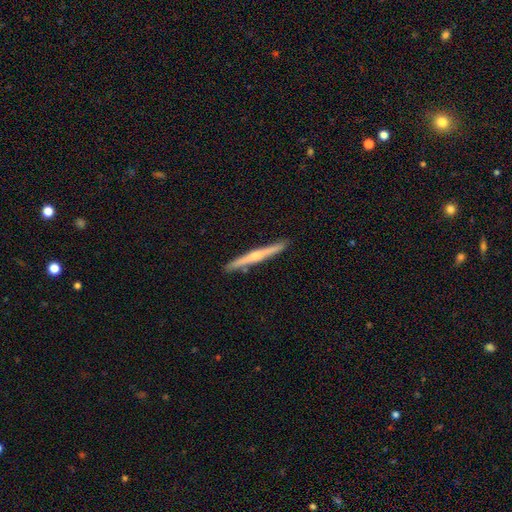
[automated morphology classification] A featured or disk galaxy (64%) viewed edge-on (98%) with a rounded central bulge (70%).

Vote fractions:
- Smooth or featured? featured or disk: 64% / smooth: 31% / star or artifact: 5%
- Edge-on disk? yes: 98% / no: 2%
- Edge-on bulge? rounded: 70% / none: 23% / boxy: 7%
- Merging? none: 91% / minor disturbance: 6% / merger: 1% / major disturbance: 1%